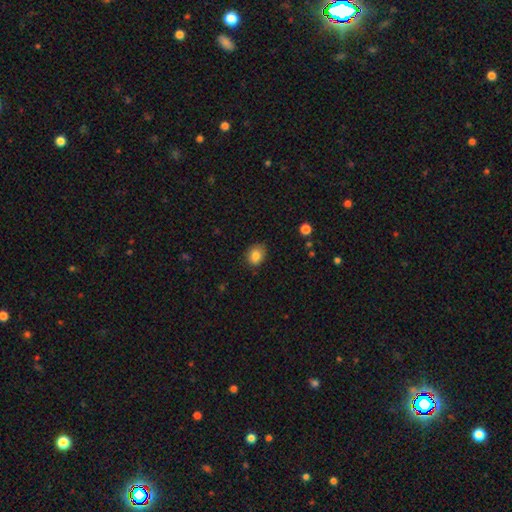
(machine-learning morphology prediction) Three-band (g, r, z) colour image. It shows a smooth galaxy with no disk features (84%) that is in between round and cigar-shaped (53%). Merging: none (78%).